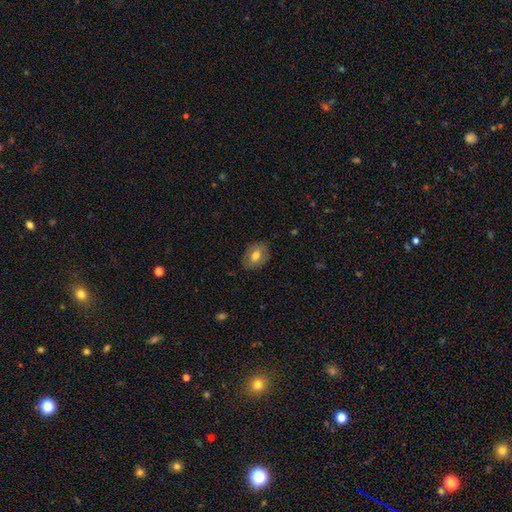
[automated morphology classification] Smooth or featured: smooth — 68% (featured or disk — 24%)
How rounded: in between — 63% (round — 35%)
Merging: none — 85% (minor disturbance — 11%)